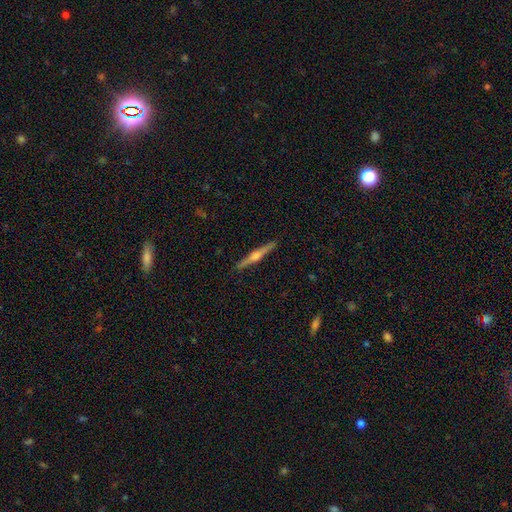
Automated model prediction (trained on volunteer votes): Smooth or featured? Predicted: featured or disk (p=0.77). Edge-on disk? Predicted: yes (p=0.98). Edge-on bulge? Predicted: rounded (p=0.90). Merging? Predicted: none (p=0.92).